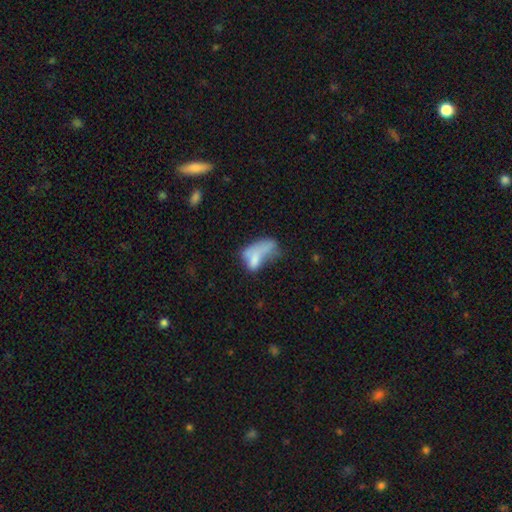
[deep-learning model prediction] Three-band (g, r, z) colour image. It shows a smooth galaxy with no disk features (62%) that is in between round and cigar-shaped (85%). Merging: major disturbance (42%).